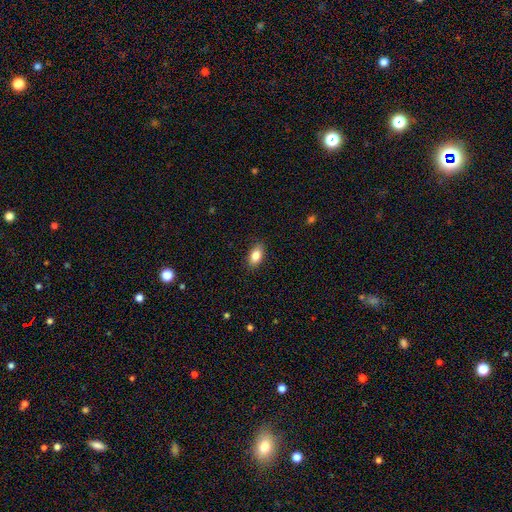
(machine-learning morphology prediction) smooth-or-featured: smooth: 85% | featured or disk: 8% | star or artifact: 7%
  how-rounded: in between: 91% | round: 6% | cigar-shaped: 3%
  merging: none: 87% | minor disturbance: 10% | major disturbance: 2% | merger: 1%